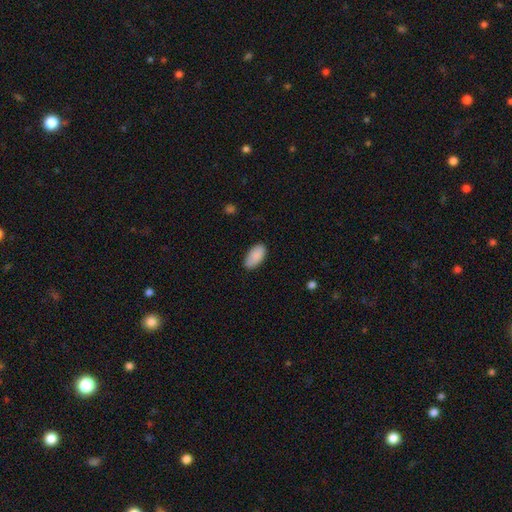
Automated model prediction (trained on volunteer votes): Smooth or featured? Predicted: smooth (p=0.89). How rounded? Predicted: in between (p=0.94). Merging? Predicted: none (p=0.82).